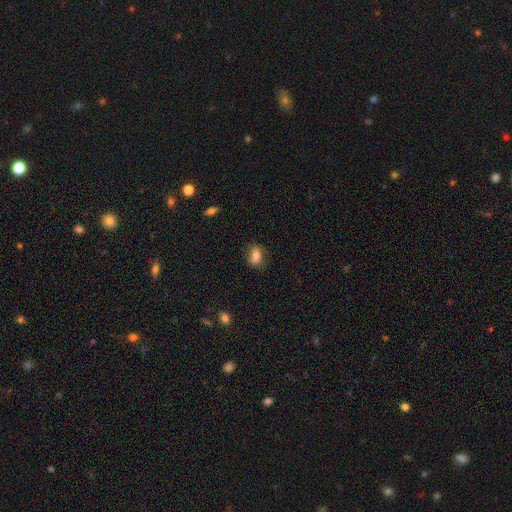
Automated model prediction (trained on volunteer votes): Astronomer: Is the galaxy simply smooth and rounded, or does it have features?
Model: smooth — 76%.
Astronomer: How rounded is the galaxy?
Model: in between — 78%.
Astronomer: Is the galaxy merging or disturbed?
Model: none — 74%.